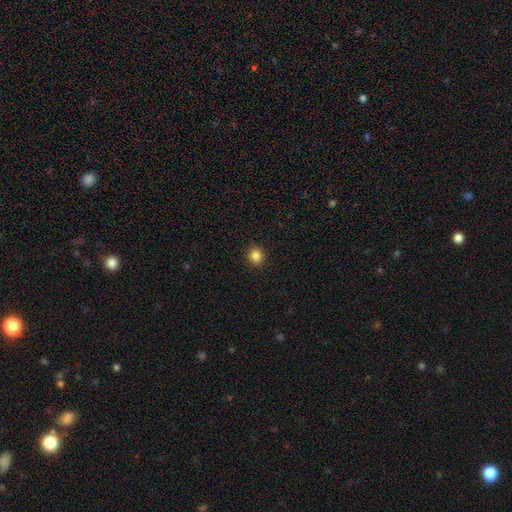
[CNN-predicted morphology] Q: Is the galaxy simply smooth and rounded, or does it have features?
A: smooth — 86%.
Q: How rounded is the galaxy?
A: round — 80%.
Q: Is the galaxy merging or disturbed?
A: none — 92%.